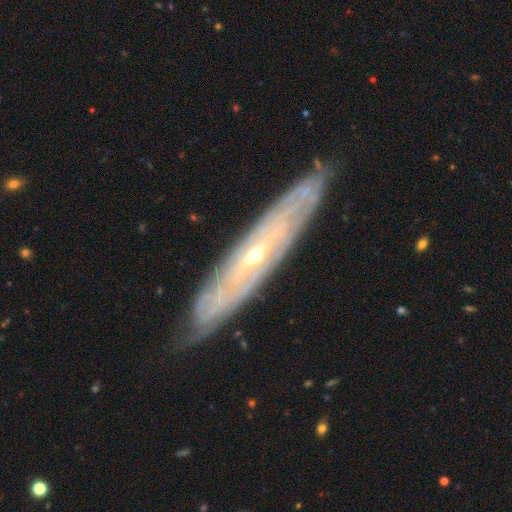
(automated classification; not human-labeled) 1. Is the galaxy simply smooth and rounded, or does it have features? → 84% featured or disk, 11% smooth, 6% star or artifact.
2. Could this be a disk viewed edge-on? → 59% no, 41% yes.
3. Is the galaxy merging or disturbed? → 84% none, 12% minor disturbance, 2% major disturbance, 1% merger.